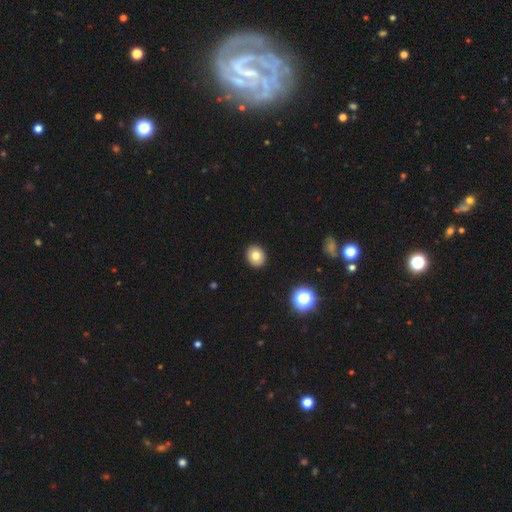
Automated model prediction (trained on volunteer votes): Smooth or featured? Predicted: smooth (p=0.78). How rounded? Predicted: round (p=0.71). Merging? Predicted: none (p=0.92).